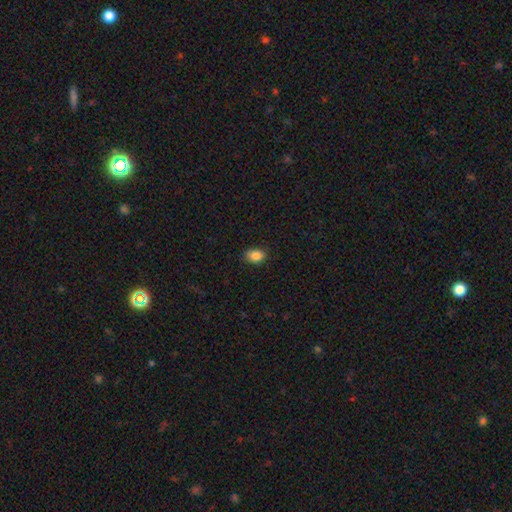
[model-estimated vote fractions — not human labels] Morphology: type=smooth (87%); roundness=in between (78%); merging=none (84%).